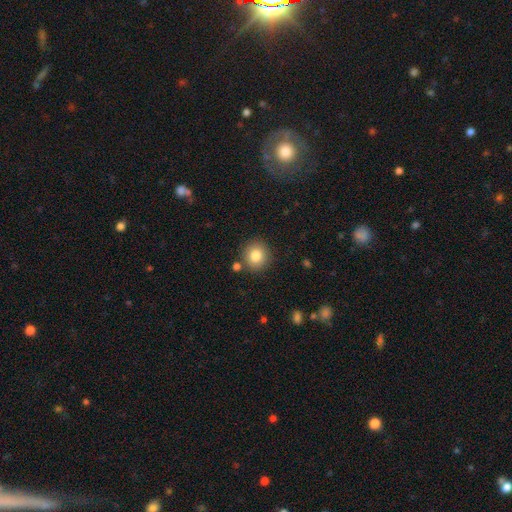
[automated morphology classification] The model was most divided on "smooth or featured": smooth: 82%, star or artifact: 10%, featured or disk: 8%. More confident: how rounded — round (88%); merging — none (84%).